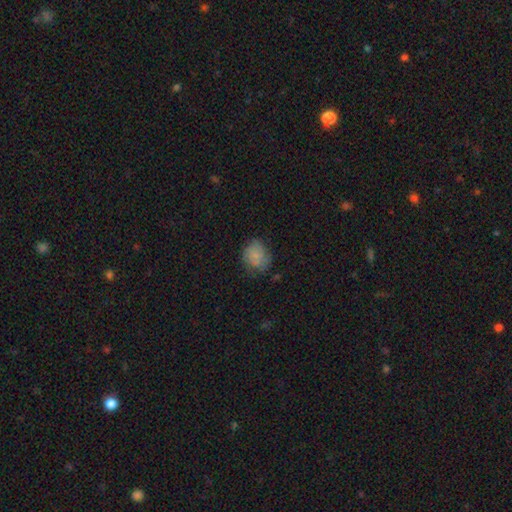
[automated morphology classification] smooth-or-featured: smooth: 74% | featured or disk: 16% | star or artifact: 10%
  how-rounded: round: 59% | in between: 40% | cigar-shaped: 1%
  merging: none: 60% | minor disturbance: 27% | major disturbance: 11% | merger: 2%